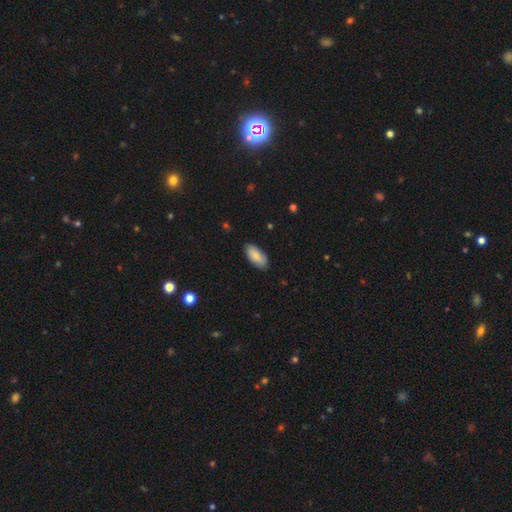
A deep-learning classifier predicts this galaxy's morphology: This appears to be a smooth galaxy with no disk features (84%) that is in between round and cigar-shaped (90%). Merging: none (85%).